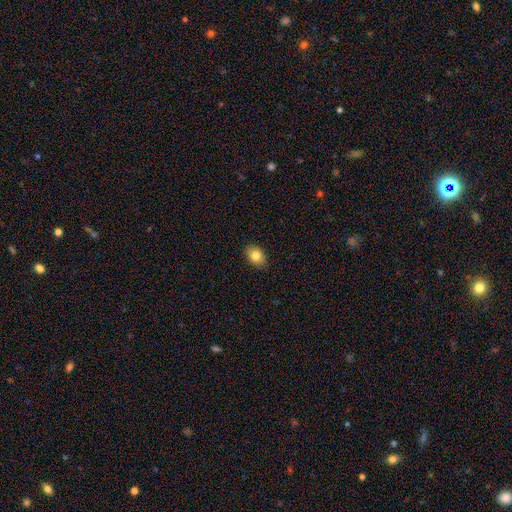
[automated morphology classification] This appears to be a smooth galaxy with no disk features (82%) that is in between round and cigar-shaped (70%). Merging: none (88%).